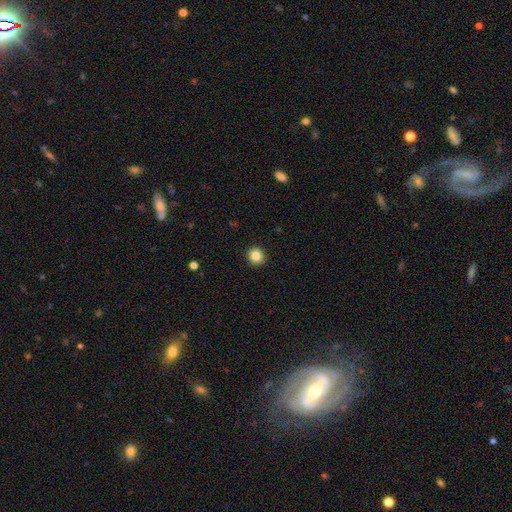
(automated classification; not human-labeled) A smooth galaxy with no disk features (86%) that is round (90%). Merging: none (92%).